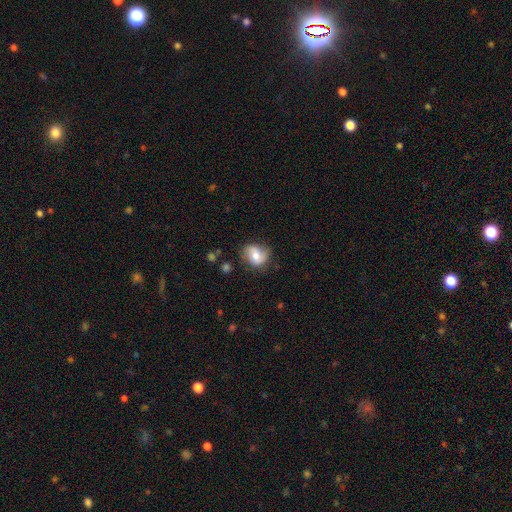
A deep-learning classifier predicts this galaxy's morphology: A smooth galaxy with no disk features (57%) that is round (58%). Merging: none (70%).